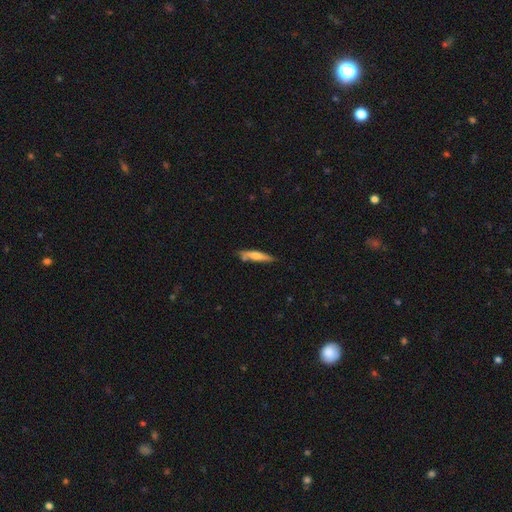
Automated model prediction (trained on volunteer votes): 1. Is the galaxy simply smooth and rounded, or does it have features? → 59% smooth, 35% featured or disk, 6% star or artifact.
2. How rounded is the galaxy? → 87% cigar-shaped, 12% in between, 2% round.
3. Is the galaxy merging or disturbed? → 72% none, 20% minor disturbance, 5% merger, 3% major disturbance.